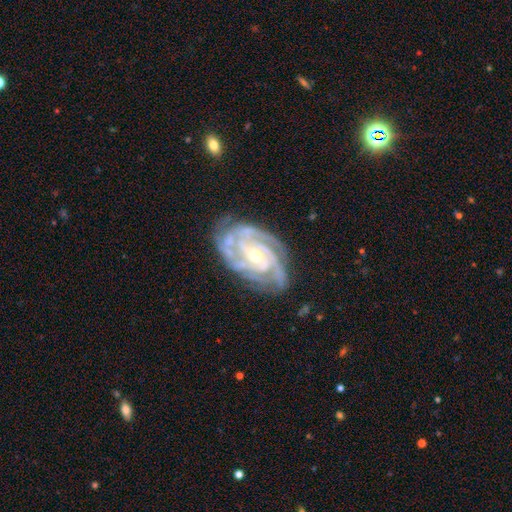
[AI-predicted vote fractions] Smooth or featured: featured or disk — 92% (star or artifact — 5%)
Edge-on disk: no — 97% (yes — 3%)
Bar: no — 46% (weak — 37%)
Spiral arms: yes — 98% (no — 2%)
Spiral winding: tight — 71% (medium — 26%)
Spiral arm count: 3 — 35% (4 — 26%)
Bulge size: small — 54% (moderate — 43%)
Merging: none — 73% (minor disturbance — 19%)